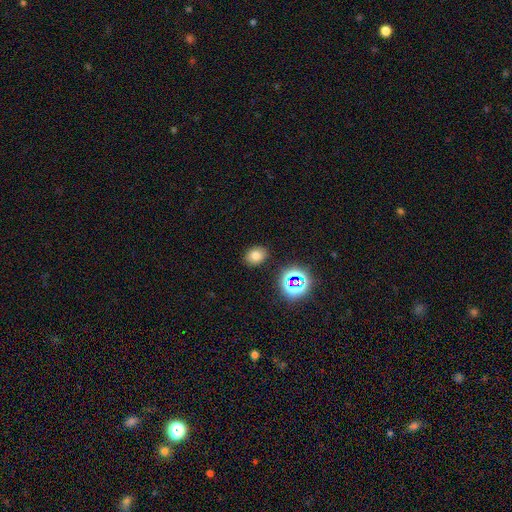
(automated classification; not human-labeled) Overall: smooth (72%). How rounded: in between (52%; round 47%). Merging: none (87%).